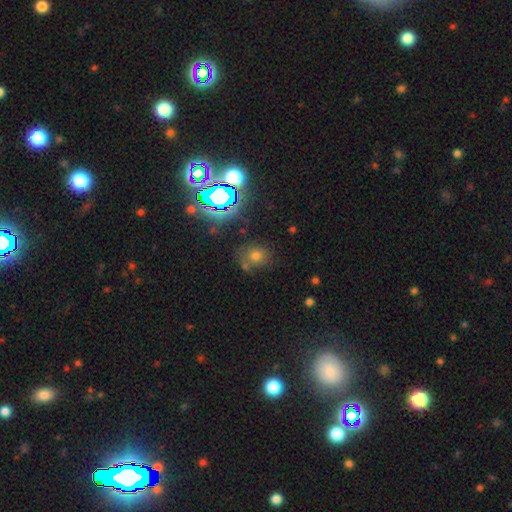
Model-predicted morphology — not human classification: smooth_or_featured: smooth (p=0.56) [alt: star or artifact p=0.31]
how_rounded: round (p=0.72) [alt: in between p=0.27]
merging: none (p=0.66) [alt: minor disturbance p=0.16]